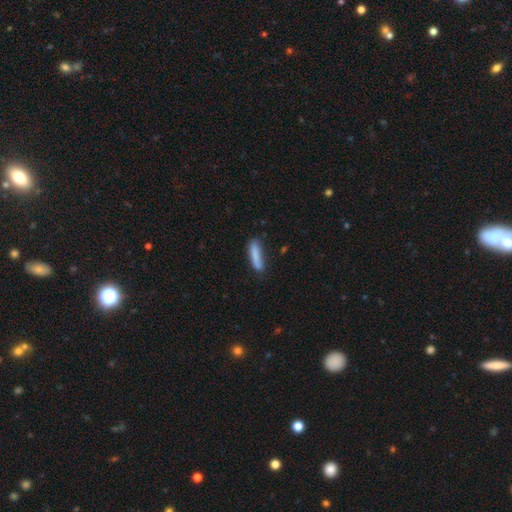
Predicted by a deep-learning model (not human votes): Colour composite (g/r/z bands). It shows a smooth galaxy with no disk features (82%) that is cigar-shaped (77%). Merging: none (69%).